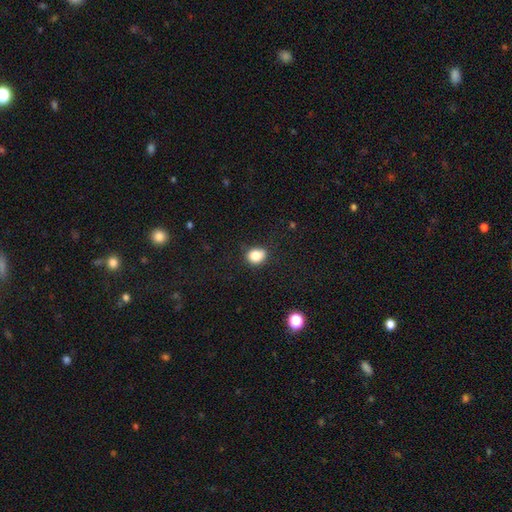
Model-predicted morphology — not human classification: A smooth galaxy with no disk features (83%) that is round (58%). Merging: none (74%).